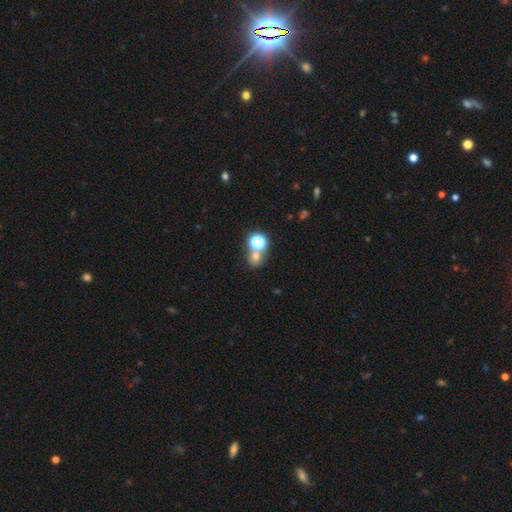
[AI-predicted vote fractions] smooth-or-featured: smooth: 62% | star or artifact: 29% | featured or disk: 9%
  how-rounded: round: 78% | in between: 21% | cigar-shaped: 1%
  merging: none: 54% | merger: 33% | minor disturbance: 8% | major disturbance: 5%